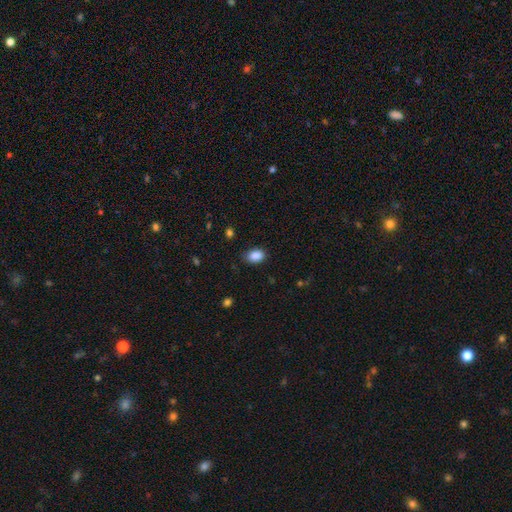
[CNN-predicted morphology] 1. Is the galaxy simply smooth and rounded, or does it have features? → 89% smooth, 8% star or artifact, 3% featured or disk.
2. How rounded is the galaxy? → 85% in between, 14% round, 1% cigar-shaped.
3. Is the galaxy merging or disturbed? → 81% none, 15% minor disturbance, 3% major disturbance, 1% merger.